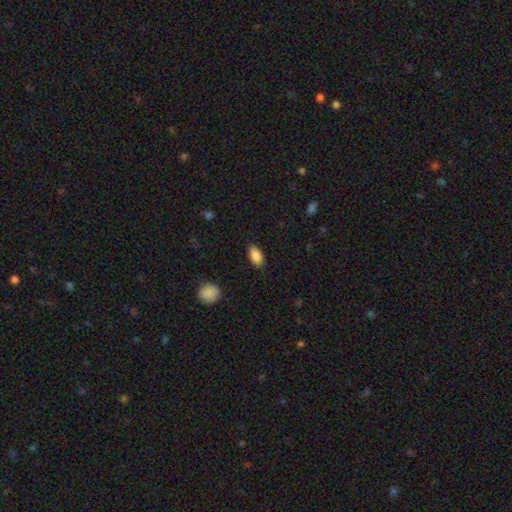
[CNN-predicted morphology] type=smooth (87%); roundness=in between (92%); merging=none (86%).